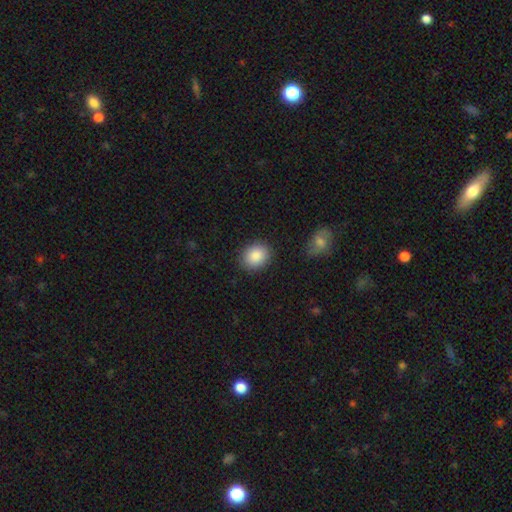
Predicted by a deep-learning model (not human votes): Q: Smooth or featured?
A: smooth (87%); runner-up: star or artifact (7%)
Q: How rounded?
A: round (60%); runner-up: in between (39%)
Q: Merging?
A: none (88%); runner-up: minor disturbance (9%)